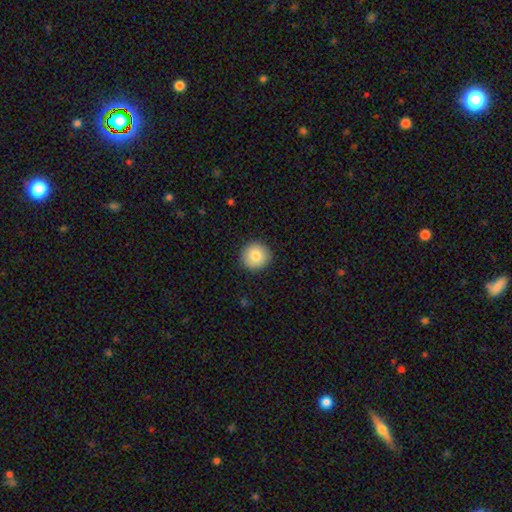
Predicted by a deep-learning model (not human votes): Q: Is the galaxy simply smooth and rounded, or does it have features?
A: smooth — 83%.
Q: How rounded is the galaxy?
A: round — 94%.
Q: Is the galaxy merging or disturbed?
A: none — 91%.